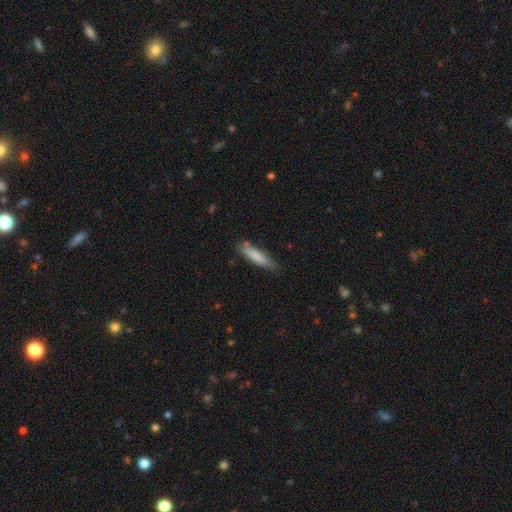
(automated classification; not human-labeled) This appears to be a smooth galaxy with no disk features (79%) that is cigar-shaped (81%). Merging: none (76%).